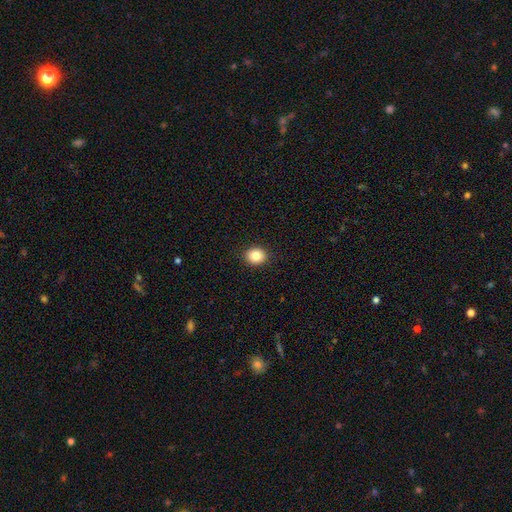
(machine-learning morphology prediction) Smooth or featured? smooth (84%)
How rounded? round (74%)
Merging? none (91%)